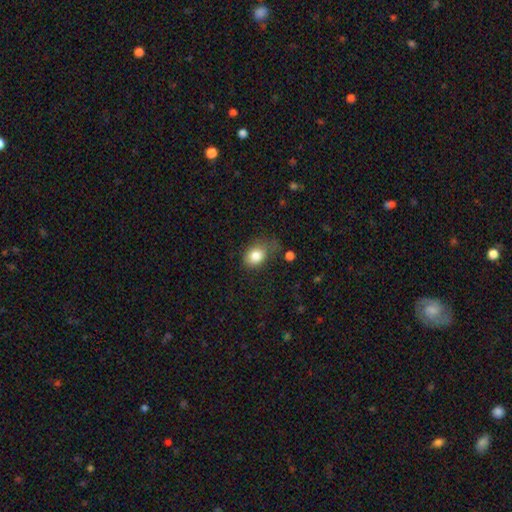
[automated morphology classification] Smooth or featured? Predicted: smooth (p=0.82). How rounded? Predicted: in between (p=0.61). Merging? Predicted: none (p=0.49).